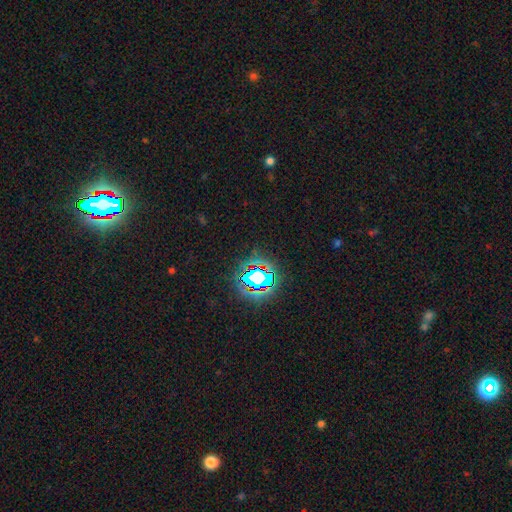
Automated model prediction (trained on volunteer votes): A star or artifact, not a galaxy (82%).

Vote fractions:
- Smooth or featured? star or artifact: 82% / smooth: 11% / featured or disk: 7%